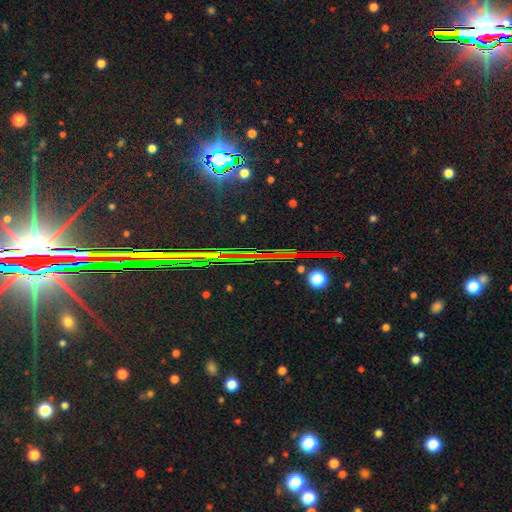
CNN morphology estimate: This appears to be a star or artifact, not a galaxy (85%).